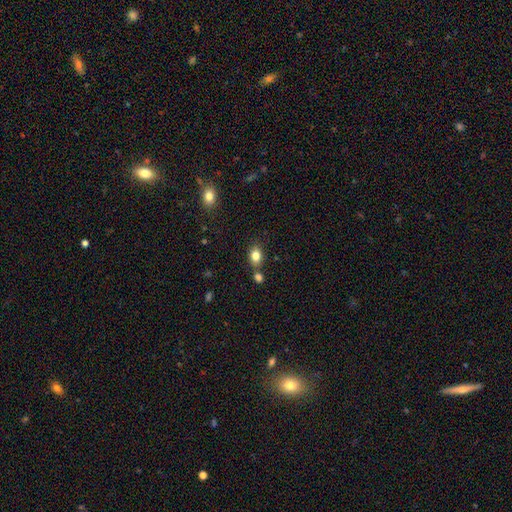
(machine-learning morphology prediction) A smooth galaxy with no disk features (82%) that is in between round and cigar-shaped (68%).

Vote fractions:
- Smooth or featured? smooth: 82% / star or artifact: 10% / featured or disk: 8%
- How rounded? in between: 68% / round: 31% / cigar-shaped: 2%
- Merging? none: 67% / merger: 17% / minor disturbance: 13% / major disturbance: 3%